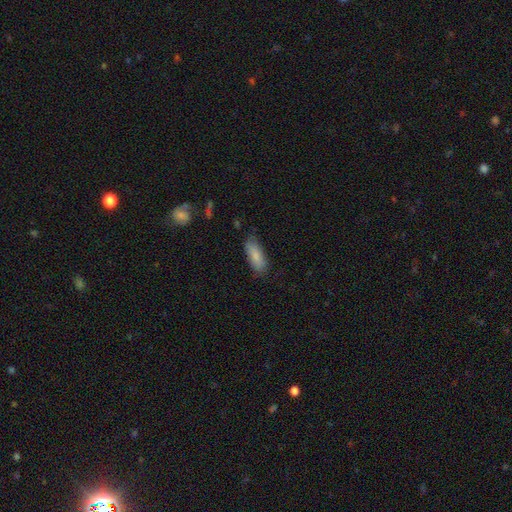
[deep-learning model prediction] A smooth galaxy with no disk features (85%) that is in between round and cigar-shaped (71%).

Vote fractions:
- Smooth or featured? smooth: 85% / featured or disk: 9% / star or artifact: 6%
- How rounded? in between: 71% / cigar-shaped: 28% / round: 2%
- Merging? none: 76% / minor disturbance: 19% / major disturbance: 4% / merger: 1%